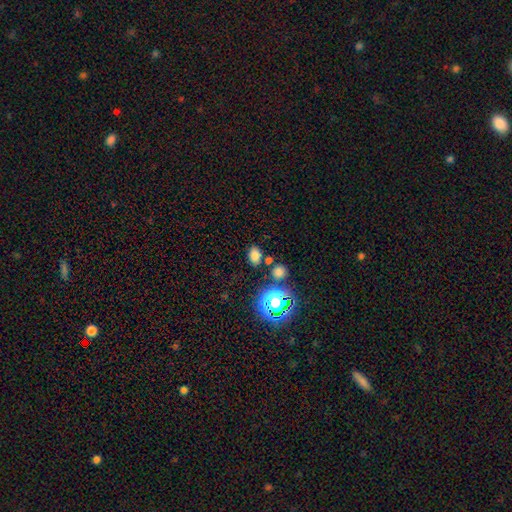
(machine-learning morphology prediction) smooth 72%, star or artifact 22%, featured or disk 6%. Down the decision tree: how rounded — in between (75%); merging — none (75%).